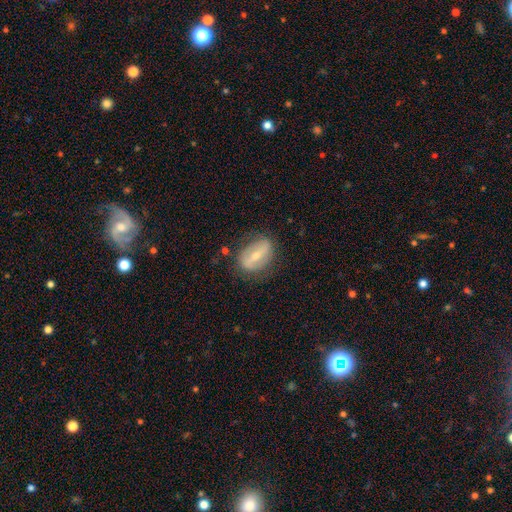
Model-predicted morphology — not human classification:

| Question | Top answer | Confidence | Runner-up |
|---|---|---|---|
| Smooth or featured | featured or disk | 61% | smooth (32%) |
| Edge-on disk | no | 86% | yes (14%) |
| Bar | strong | 66% | weak (22%) |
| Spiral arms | no | 59% | yes (41%) |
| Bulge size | small | 53% | moderate (43%) |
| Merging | none | 74% | minor disturbance (18%) |